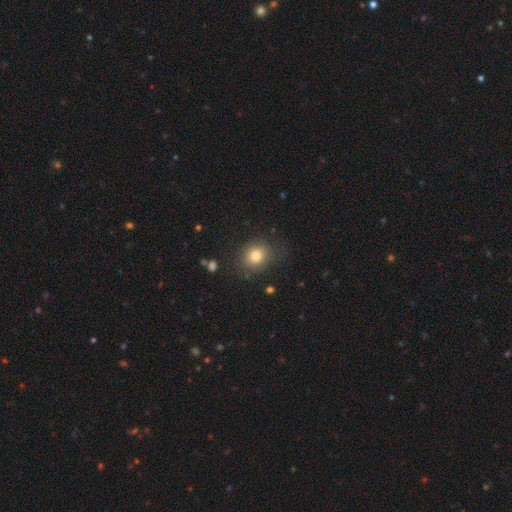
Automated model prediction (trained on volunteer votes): smooth-or-featured: smooth: 81% | star or artifact: 11% | featured or disk: 8%
  how-rounded: round: 71% | in between: 28% | cigar-shaped: 1%
  merging: none: 79% | minor disturbance: 14% | major disturbance: 5% | merger: 2%